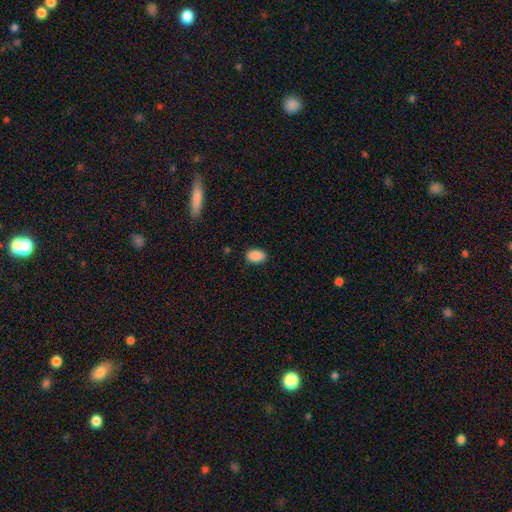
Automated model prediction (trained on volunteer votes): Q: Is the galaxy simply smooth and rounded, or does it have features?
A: smooth — 89%.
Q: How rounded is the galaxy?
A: in between — 88%.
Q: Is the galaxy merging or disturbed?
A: none — 86%.